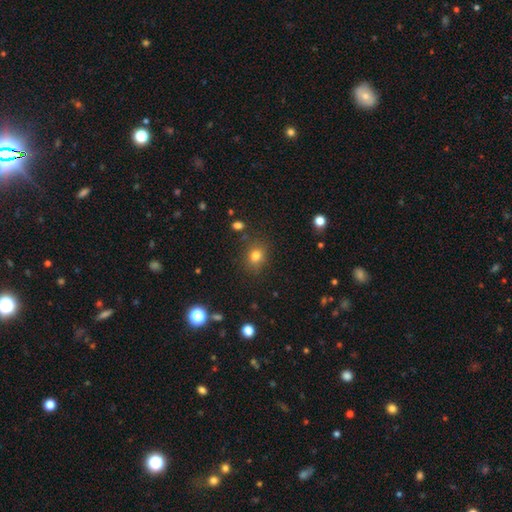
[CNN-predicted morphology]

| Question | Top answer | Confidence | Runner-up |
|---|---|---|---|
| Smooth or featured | smooth | 78% | star or artifact (15%) |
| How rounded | round | 65% | in between (34%) |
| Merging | none | 83% | minor disturbance (11%) |